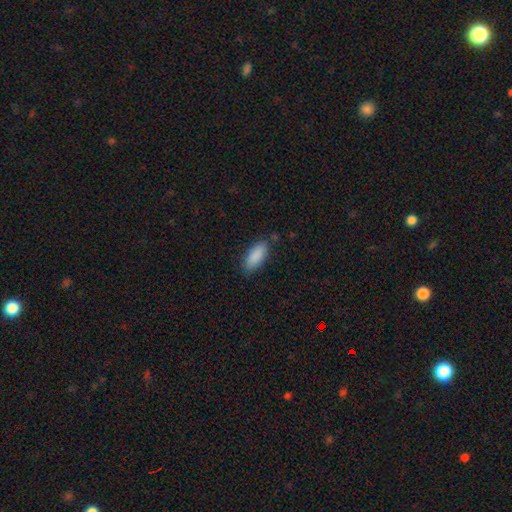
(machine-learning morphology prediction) Smooth or featured? Predicted: smooth (p=0.89). How rounded? Predicted: in between (p=0.83). Merging? Predicted: none (p=0.81).